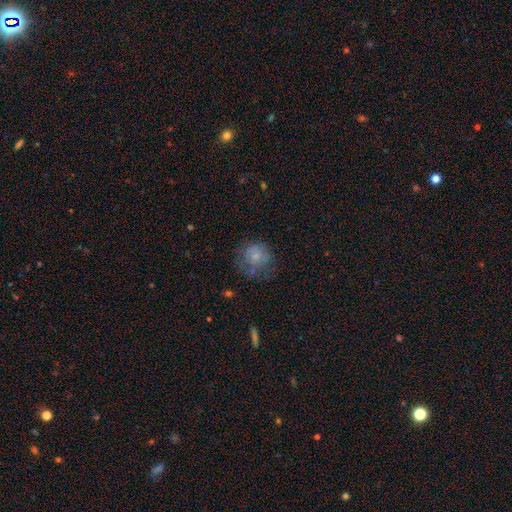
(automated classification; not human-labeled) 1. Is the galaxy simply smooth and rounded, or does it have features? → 63% smooth, 26% featured or disk, 11% star or artifact.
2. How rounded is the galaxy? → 83% round, 16% in between, 1% cigar-shaped.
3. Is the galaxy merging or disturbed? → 53% none, 24% minor disturbance, 20% major disturbance, 3% merger.